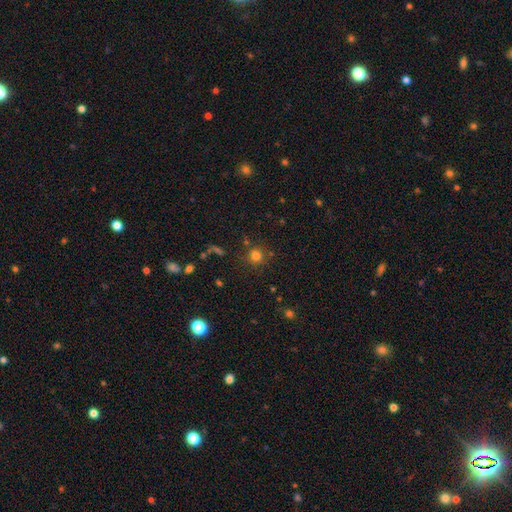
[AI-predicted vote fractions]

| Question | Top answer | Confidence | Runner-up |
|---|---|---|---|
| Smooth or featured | smooth | 77% | star or artifact (17%) |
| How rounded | round | 88% | in between (11%) |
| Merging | none | 80% | minor disturbance (10%) |